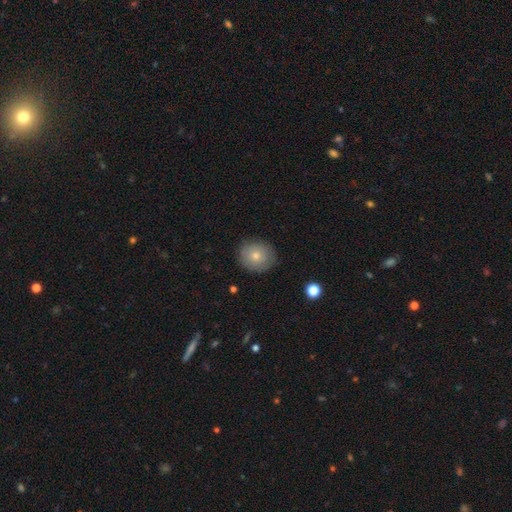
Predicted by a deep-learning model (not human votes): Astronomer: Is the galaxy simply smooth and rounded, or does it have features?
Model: smooth — 76%.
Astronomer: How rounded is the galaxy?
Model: round — 81%.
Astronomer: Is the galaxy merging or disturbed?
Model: none — 84%.